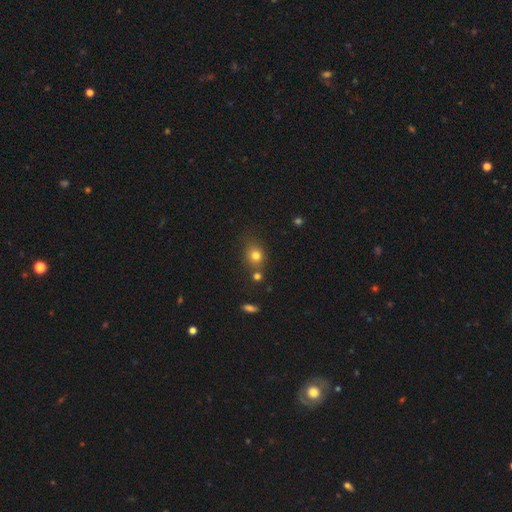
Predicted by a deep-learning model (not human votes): This appears to be a smooth galaxy with no disk features (77%) that is round (67%). Merging: none (67%).